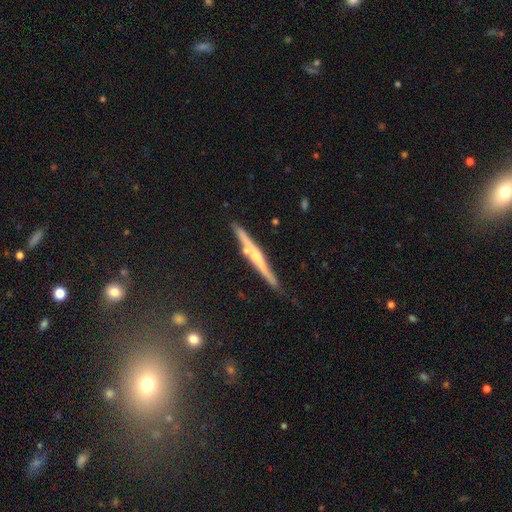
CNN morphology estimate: Smooth or featured? featured or disk (71%)
Edge-on disk? yes (97%)
Edge-on bulge? rounded (68%)
Merging? none (79%)